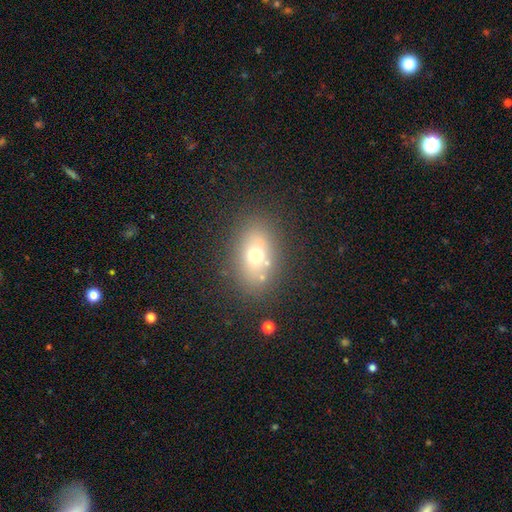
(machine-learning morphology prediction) The model was most divided on "smooth or featured": smooth: 64%, featured or disk: 21%, star or artifact: 14%. More confident: merging — none (75%); how rounded — in between (72%).